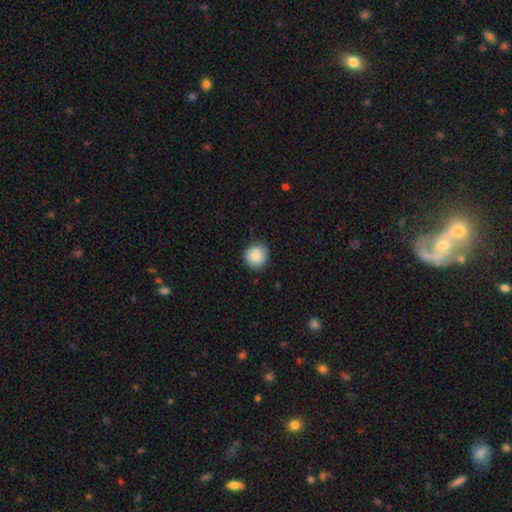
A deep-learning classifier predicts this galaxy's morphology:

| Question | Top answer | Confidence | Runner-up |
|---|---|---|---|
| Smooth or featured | smooth | 86% | star or artifact (8%) |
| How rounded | round | 89% | in between (10%) |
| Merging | none | 87% | minor disturbance (10%) |